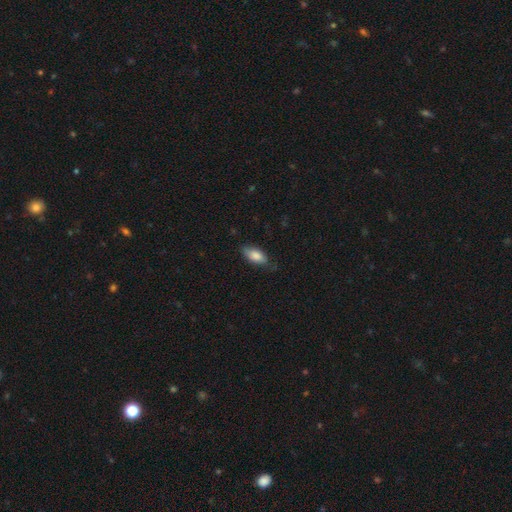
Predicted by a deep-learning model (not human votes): This is clearly a smooth galaxy (82%). How rounded: clearly in between (84%). Merging: likely none (72%).